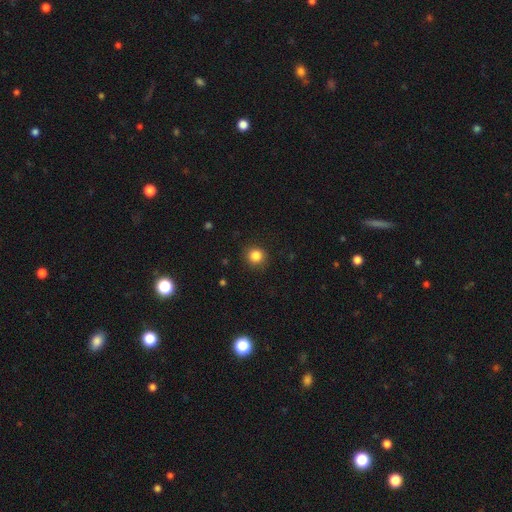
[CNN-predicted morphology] Overall: smooth (84%). How rounded: round (92%). Merging: none (90%).